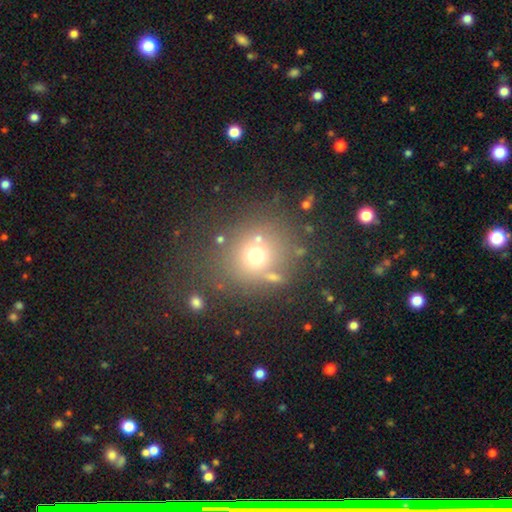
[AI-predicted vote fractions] Smooth or featured? Predicted: smooth (p=0.66). How rounded? Predicted: round (p=0.84). Merging? Predicted: none (p=0.72).